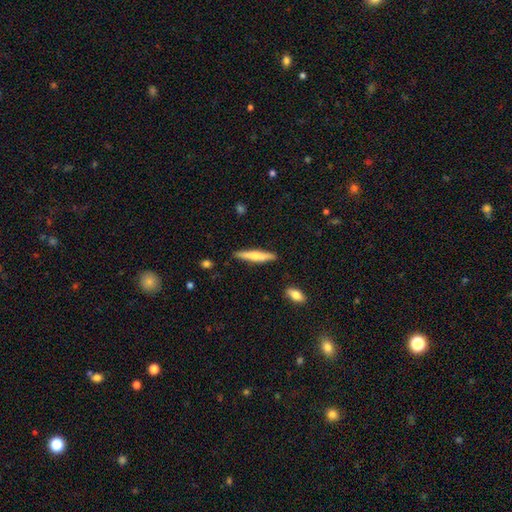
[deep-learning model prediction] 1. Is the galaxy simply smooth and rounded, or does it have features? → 54% smooth, 41% featured or disk, 6% star or artifact.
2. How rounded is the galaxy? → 90% cigar-shaped, 9% in between, 2% round.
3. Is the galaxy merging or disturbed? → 88% none, 9% minor disturbance, 2% major disturbance, 2% merger.